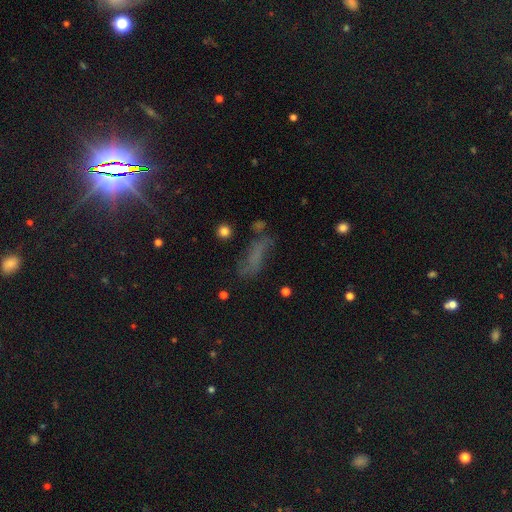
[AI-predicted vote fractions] smooth-or-featured: smooth: 45% | featured or disk: 29% | star or artifact: 26%
  merging: none: 52% | minor disturbance: 22% | major disturbance: 20% | merger: 6%